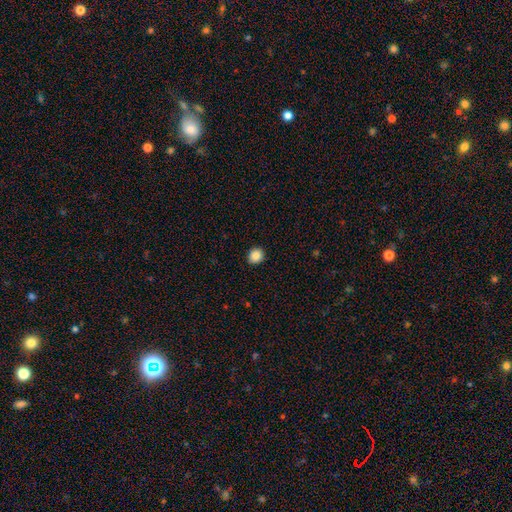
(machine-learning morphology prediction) Smooth or featured?
  - smooth: 87% *
  - star or artifact: 9%
  - featured or disk: 4%
How rounded?
  - round: 80% *
  - in between: 19%
  - cigar-shaped: 1%
Merging?
  - none: 91% *
  - minor disturbance: 6%
  - major disturbance: 2%
  - merger: 1%